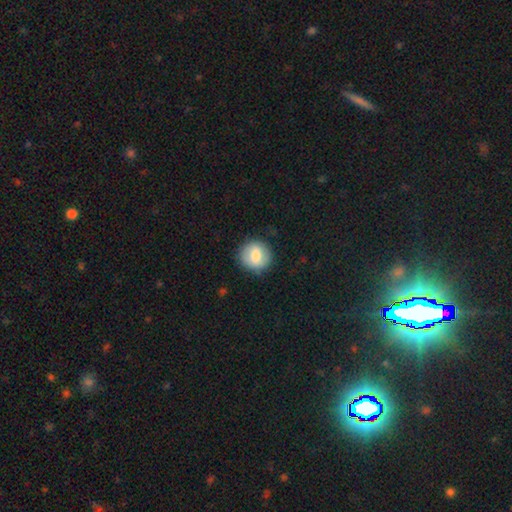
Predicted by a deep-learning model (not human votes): This appears to be a smooth galaxy with no disk features (73%) that is round (91%). Merging: none (86%).